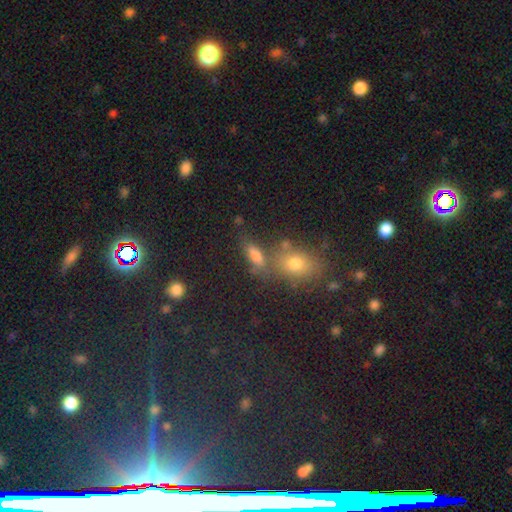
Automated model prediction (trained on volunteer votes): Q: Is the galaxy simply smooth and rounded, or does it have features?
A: smooth — 73%.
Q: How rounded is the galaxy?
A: in between — 71%.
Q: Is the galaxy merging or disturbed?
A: none — 55%.